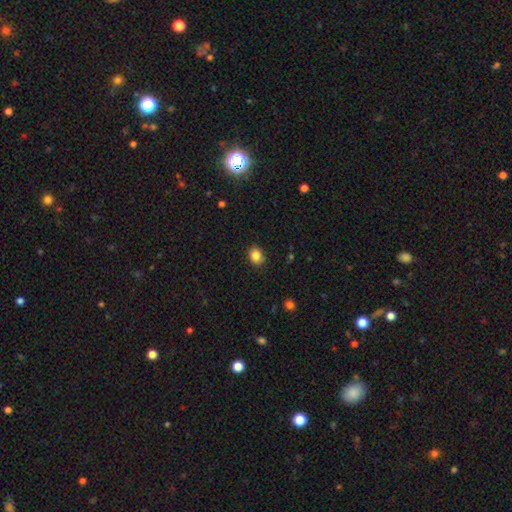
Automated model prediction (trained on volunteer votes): smooth-or-featured: smooth: 85% | star or artifact: 10% | featured or disk: 5%
  how-rounded: round: 54% | in between: 45% | cigar-shaped: 1%
  merging: none: 86% | minor disturbance: 11% | major disturbance: 2% | merger: 1%